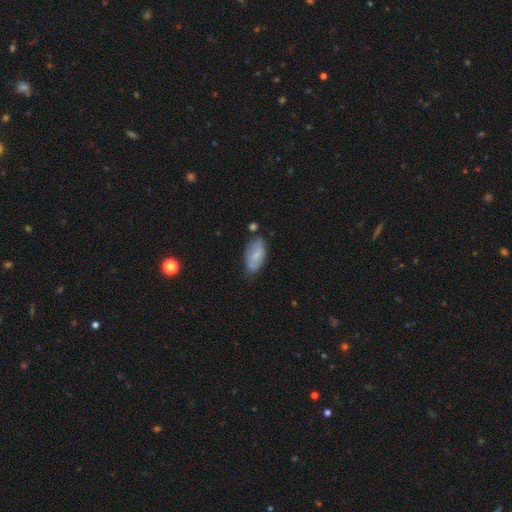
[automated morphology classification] Smooth or featured?
  - smooth: 68% *
  - featured or disk: 25%
  - star or artifact: 8%
How rounded?
  - in between: 92% *
  - cigar-shaped: 6%
  - round: 3%
Merging?
  - none: 60% *
  - minor disturbance: 26%
  - merger: 8%
  - major disturbance: 6%